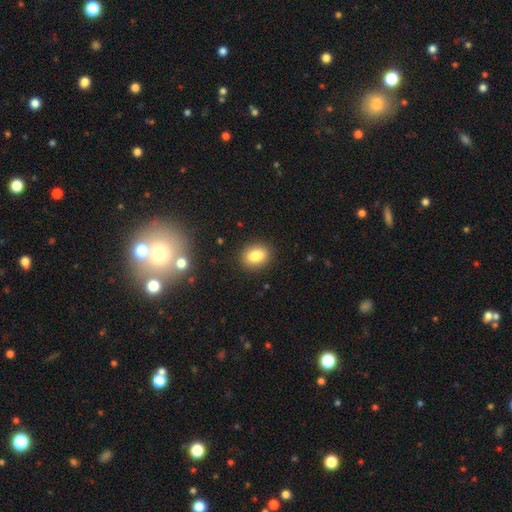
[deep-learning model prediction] Smooth or featured?
  - smooth: 83% *
  - star or artifact: 10%
  - featured or disk: 7%
How rounded?
  - in between: 62% *
  - round: 36%
  - cigar-shaped: 1%
Merging?
  - none: 88% *
  - minor disturbance: 8%
  - major disturbance: 2%
  - merger: 1%